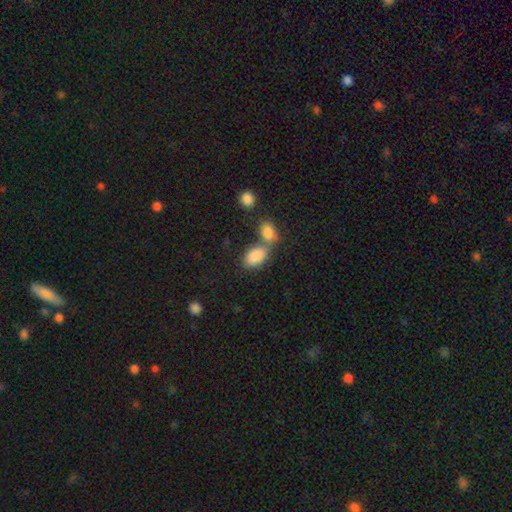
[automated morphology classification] Smooth or featured? Predicted: smooth (p=0.87). How rounded? Predicted: in between (p=0.91). Merging? Predicted: none (p=0.45).